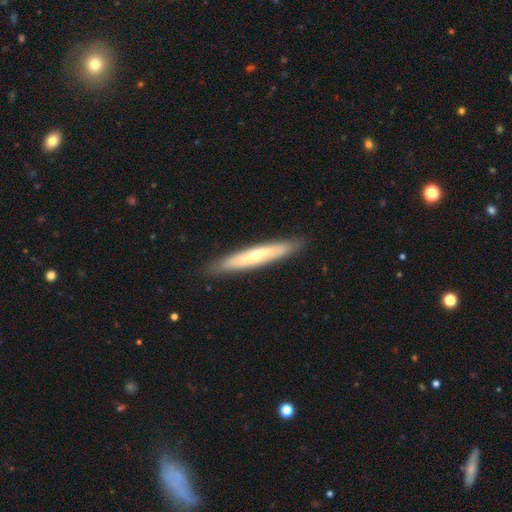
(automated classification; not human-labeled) Smooth or featured? featured or disk (59%)
Edge-on disk? yes (77%)
Merging? none (86%)